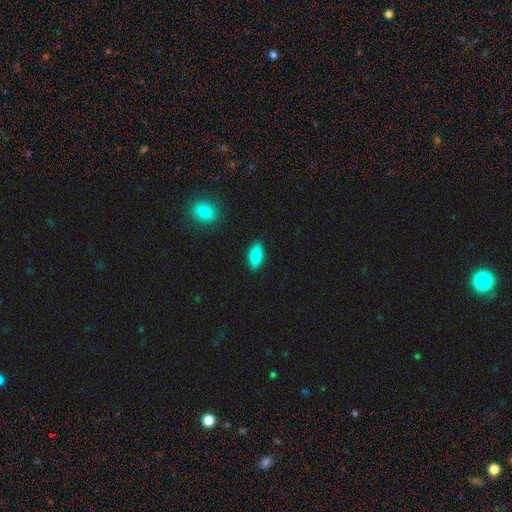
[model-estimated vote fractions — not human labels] Q: Smooth or featured?
A: smooth (83%); runner-up: featured or disk (11%)
Q: How rounded?
A: in between (85%); runner-up: cigar-shaped (13%)
Q: Merging?
A: none (88%); runner-up: minor disturbance (9%)